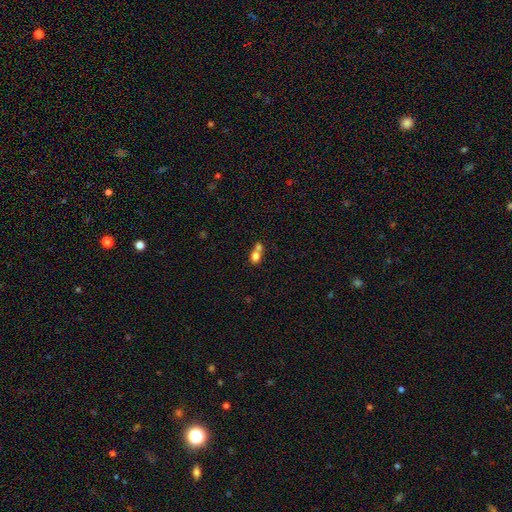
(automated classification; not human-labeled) Morphology: type=smooth (78%); roundness=in between (56%); merging=merger (60%).